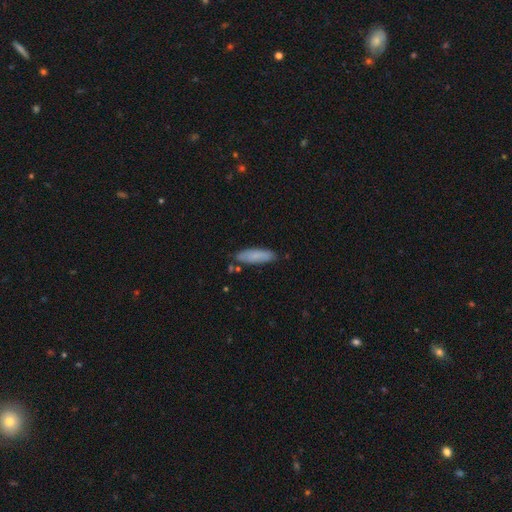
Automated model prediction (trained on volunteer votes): Overall: smooth (83%). How rounded: cigar-shaped (57%; in between 41%). Merging: none (81%).